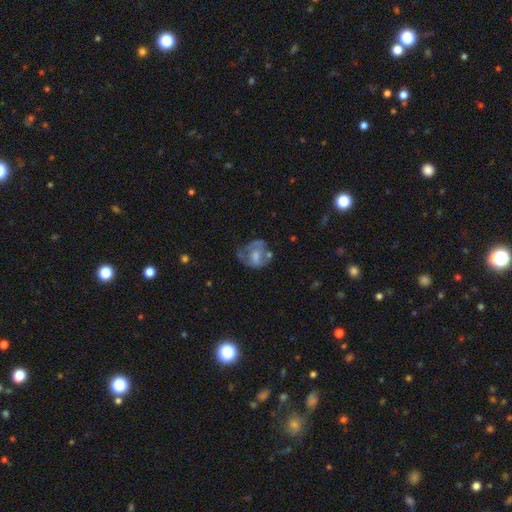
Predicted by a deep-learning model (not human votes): Smooth or featured? Predicted: featured or disk (p=0.57). Edge-on disk? Predicted: no (p=0.97). Bar? Predicted: no (p=0.60). Spiral arms? Predicted: no (p=0.59). Bulge size? Predicted: moderate (p=0.43). Merging? Predicted: none (p=0.47).